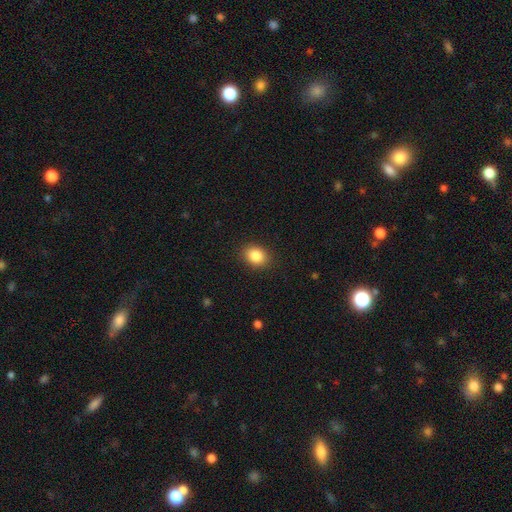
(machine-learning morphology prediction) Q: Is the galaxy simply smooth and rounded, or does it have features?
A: smooth — 86%.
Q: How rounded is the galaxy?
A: in between — 53%.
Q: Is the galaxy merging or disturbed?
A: none — 89%.